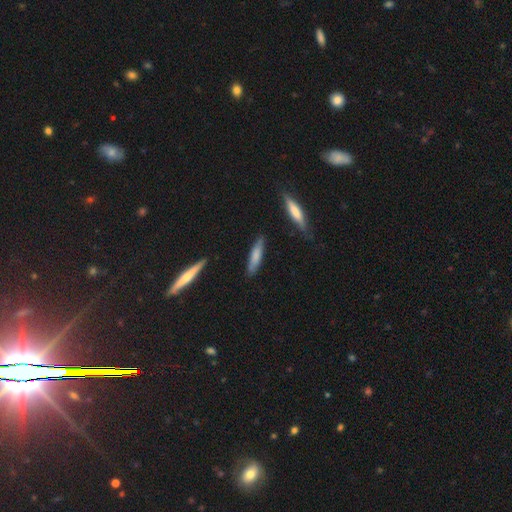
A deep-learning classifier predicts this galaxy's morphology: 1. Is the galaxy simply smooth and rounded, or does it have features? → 71% smooth, 24% featured or disk, 6% star or artifact.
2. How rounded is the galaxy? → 81% cigar-shaped, 17% in between, 1% round.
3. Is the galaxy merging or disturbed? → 83% none, 12% minor disturbance, 2% major disturbance, 2% merger.